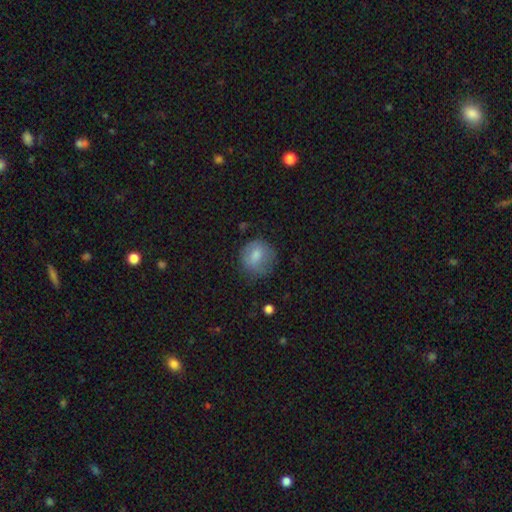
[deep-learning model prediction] Smooth or featured: smooth — 73% (featured or disk — 19%)
How rounded: round — 79% (in between — 20%)
Merging: none — 60% (minor disturbance — 26%)